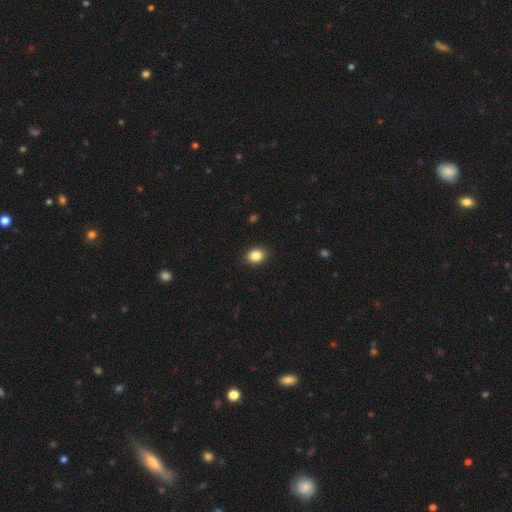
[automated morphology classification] This appears to be a smooth galaxy with no disk features (86%) that is in between round and cigar-shaped (55%). Merging: none (90%).